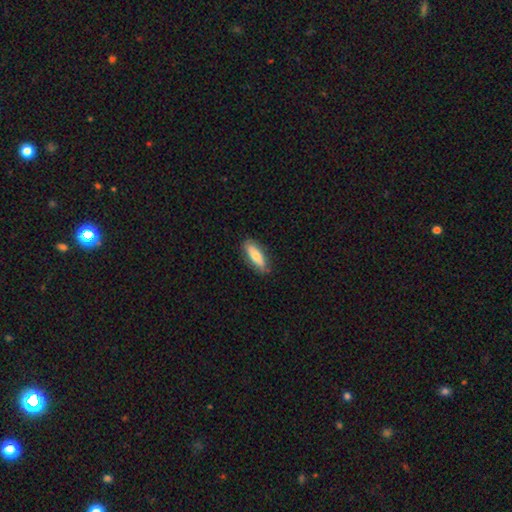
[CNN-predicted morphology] Q: Smooth or featured?
A: smooth (71%); runner-up: featured or disk (24%)
Q: How rounded?
A: in between (66%); runner-up: cigar-shaped (32%)
Q: Merging?
A: none (81%); runner-up: minor disturbance (15%)